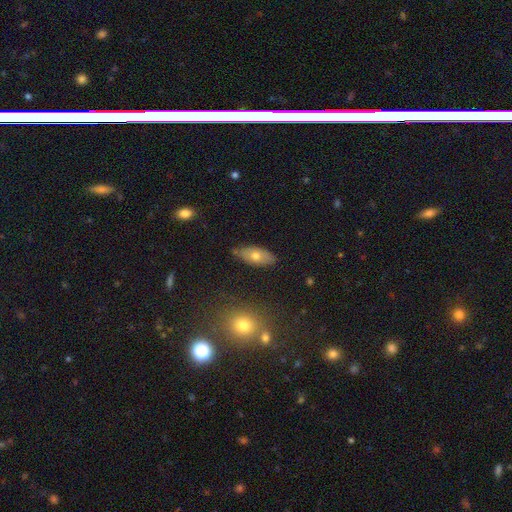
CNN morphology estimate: Smooth or featured?
  - smooth: 62% *
  - featured or disk: 30%
  - star or artifact: 8%
How rounded?
  - in between: 84% *
  - cigar-shaped: 11%
  - round: 4%
Merging?
  - none: 75% *
  - minor disturbance: 19%
  - major disturbance: 3%
  - merger: 3%